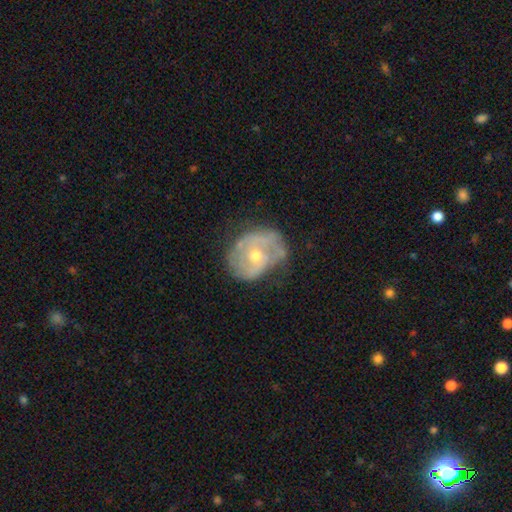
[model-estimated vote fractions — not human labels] featured or disk 68%, smooth 25%, star or artifact 7%. Down the decision tree: edge-on disk — no (97%); bar — no (76%); spiral arms — yes (66%); bulge size — moderate (61%); merging — none (45%).